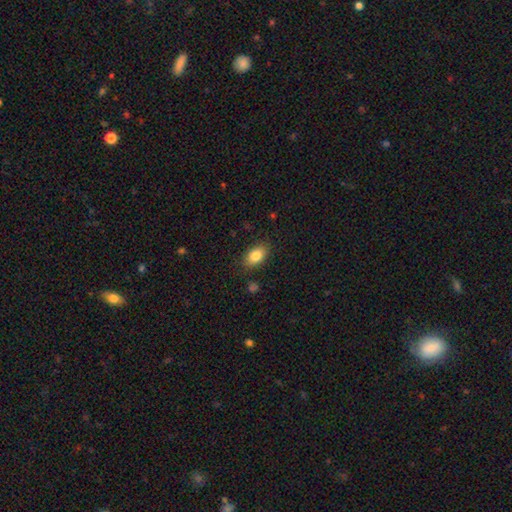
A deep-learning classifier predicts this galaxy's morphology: Overall: smooth (84%). How rounded: in between (88%). Merging: none (84%).